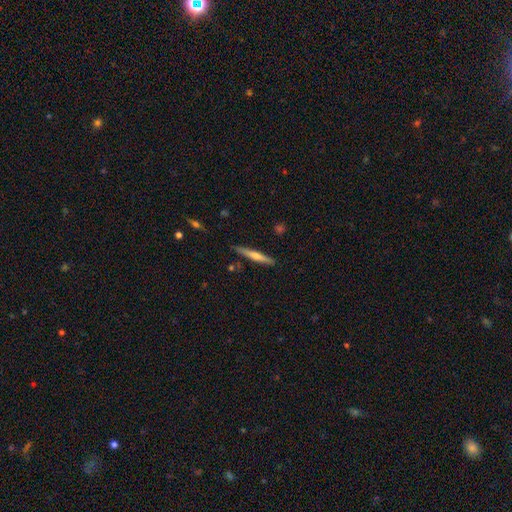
Morphology: type=featured or disk (54%); edge-on=yes (100%); edge-on bulge=rounded (57%); merging=none (82%).